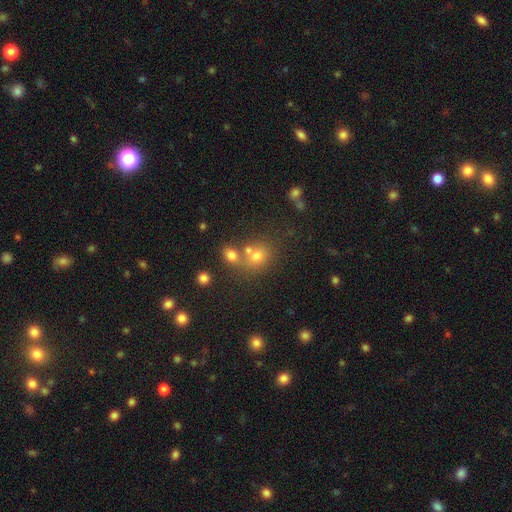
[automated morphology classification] Smooth or featured? smooth (65%)
How rounded? round (74%)
Merging? none (48%)